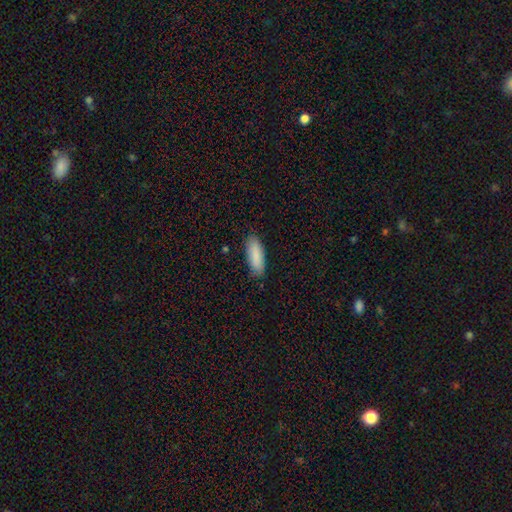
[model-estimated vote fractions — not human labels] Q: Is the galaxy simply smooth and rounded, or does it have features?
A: smooth — 88%.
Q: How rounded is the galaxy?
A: in between — 67%.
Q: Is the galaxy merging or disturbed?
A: none — 85%.